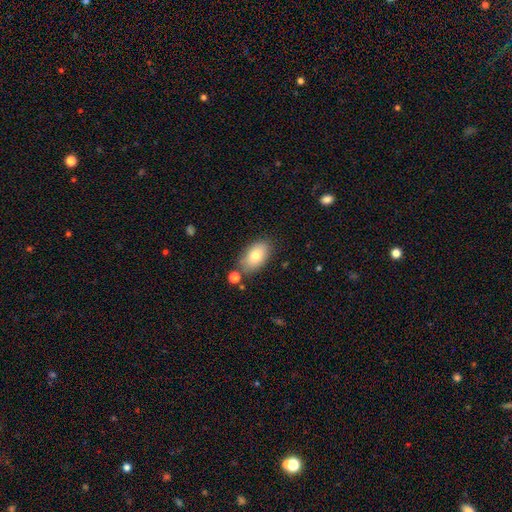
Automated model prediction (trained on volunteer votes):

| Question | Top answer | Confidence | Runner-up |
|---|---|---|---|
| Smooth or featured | smooth | 77% | featured or disk (15%) |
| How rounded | in between | 92% | round (7%) |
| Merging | none | 76% | minor disturbance (14%) |